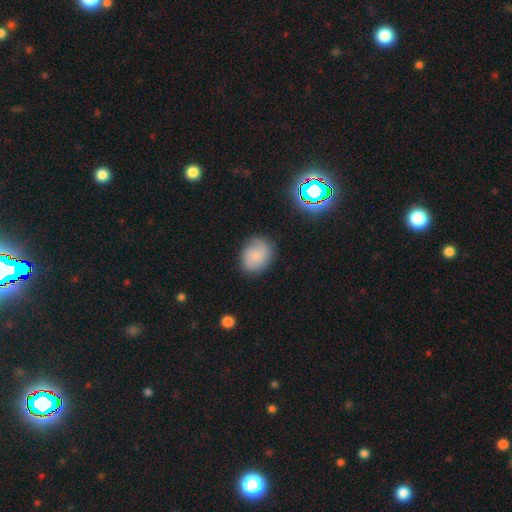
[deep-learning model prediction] smooth-or-featured: smooth: 50% | featured or disk: 40% | star or artifact: 10%
  how-rounded: round: 54% | in between: 45% | cigar-shaped: 1%
  merging: none: 72% | minor disturbance: 19% | major disturbance: 7% | merger: 2%